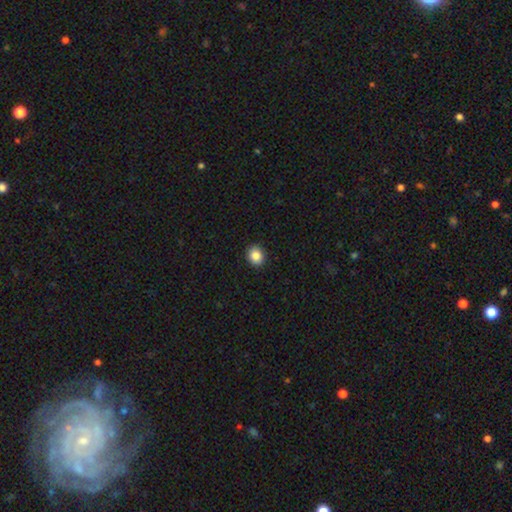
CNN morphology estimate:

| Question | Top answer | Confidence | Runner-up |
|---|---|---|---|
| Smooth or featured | smooth | 87% | star or artifact (9%) |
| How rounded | round | 64% | in between (35%) |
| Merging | none | 91% | minor disturbance (6%) |